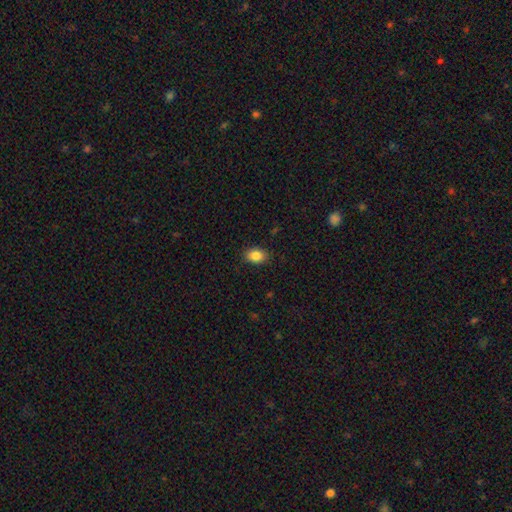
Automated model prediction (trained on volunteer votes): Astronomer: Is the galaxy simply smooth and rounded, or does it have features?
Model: smooth — 86%.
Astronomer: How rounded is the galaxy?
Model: in between — 76%.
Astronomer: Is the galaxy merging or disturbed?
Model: none — 87%.